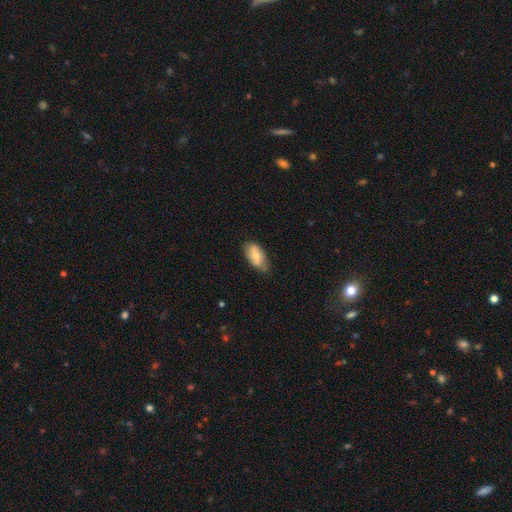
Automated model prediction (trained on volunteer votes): A smooth galaxy with no disk features (66%) that is in between round and cigar-shaped (92%). Merging: none (65%).